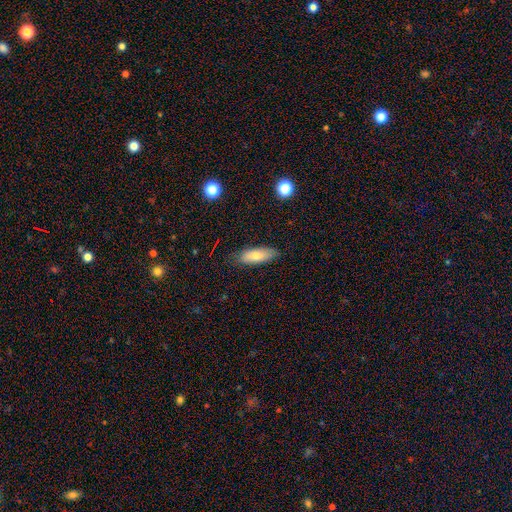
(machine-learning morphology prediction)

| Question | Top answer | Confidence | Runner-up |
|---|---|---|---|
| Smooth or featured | smooth | 74% | featured or disk (19%) |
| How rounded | in between | 68% | cigar-shaped (30%) |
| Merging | none | 81% | minor disturbance (15%) |